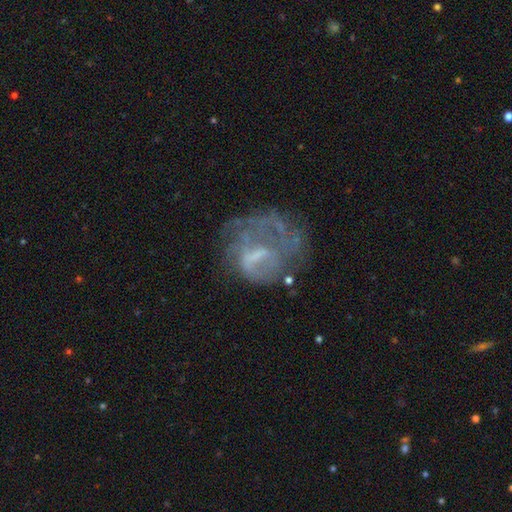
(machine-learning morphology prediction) A featured or disk galaxy (63%) with no bar (46%), no spiral arms (62%) and no central bulge (40%).

Vote fractions:
- Smooth or featured? featured or disk: 63% / smooth: 23% / star or artifact: 14%
- Edge-on disk? no: 97% / yes: 3%
- Bar? no: 46% / weak: 41% / strong: 13%
- Spiral arms? no: 62% / yes: 38%
- Bulge size? none: 40% / small: 31% / moderate: 25% / large: 3% / dominant: 1%
- Merging? none: 42% / major disturbance: 34% / minor disturbance: 20% / merger: 4%